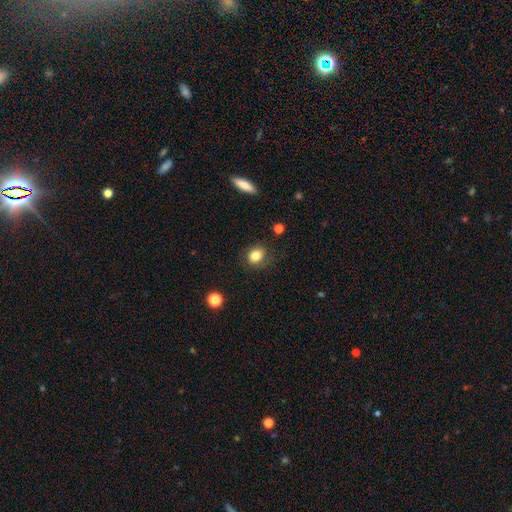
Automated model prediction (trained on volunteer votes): A smooth galaxy with no disk features (83%) that is round (59%).

Vote fractions:
- Smooth or featured? smooth: 83% / star or artifact: 10% / featured or disk: 7%
- How rounded? round: 59% / in between: 40% / cigar-shaped: 1%
- Merging? none: 84% / minor disturbance: 11% / major disturbance: 3% / merger: 1%